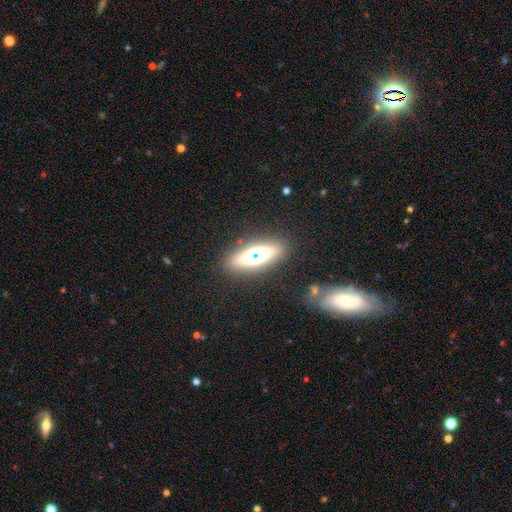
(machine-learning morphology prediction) smooth 48%, featured or disk 37%, star or artifact 15%. Down the decision tree: merging — none (85%).